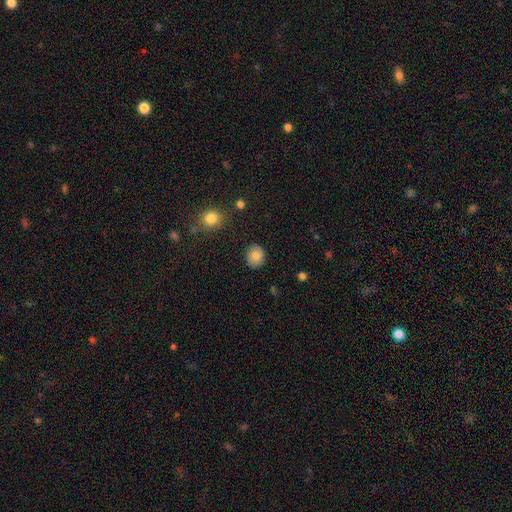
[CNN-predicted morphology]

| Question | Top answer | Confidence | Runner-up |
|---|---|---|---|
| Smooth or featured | smooth | 84% | star or artifact (9%) |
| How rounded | round | 73% | in between (26%) |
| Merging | none | 88% | minor disturbance (8%) |